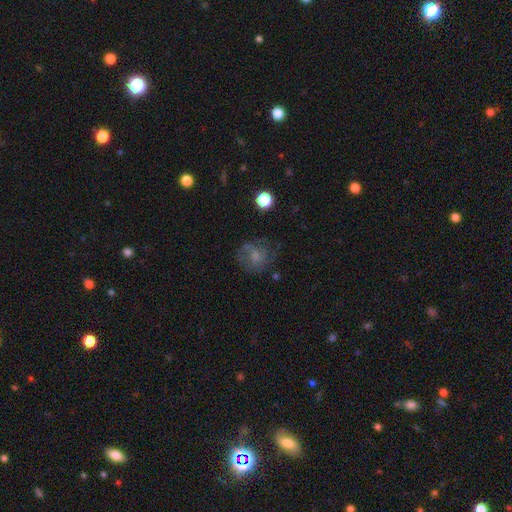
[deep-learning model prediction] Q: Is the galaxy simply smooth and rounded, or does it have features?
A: smooth — 53%.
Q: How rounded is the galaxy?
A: round — 74%.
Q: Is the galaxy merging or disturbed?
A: none — 57%.